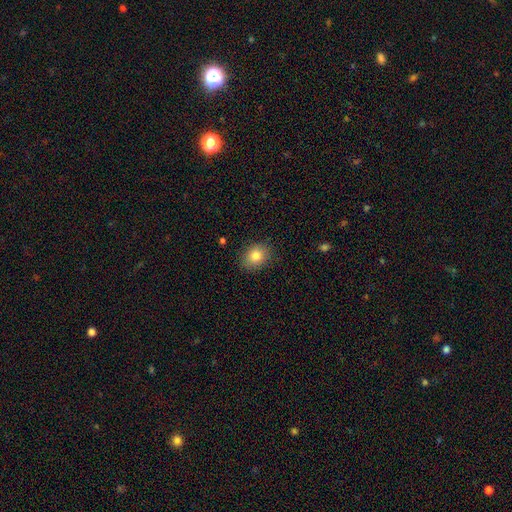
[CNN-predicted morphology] Smooth or featured? Predicted: smooth (p=0.82). How rounded? Predicted: in between (p=0.59). Merging? Predicted: none (p=0.85).